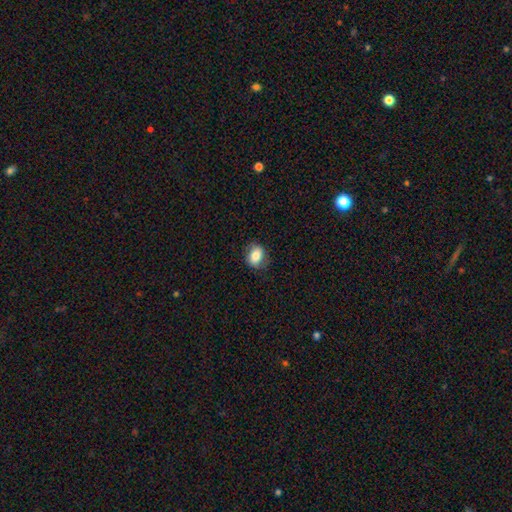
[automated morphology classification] A smooth galaxy with no disk features (79%) that is in between round and cigar-shaped (65%). Merging: none (80%).